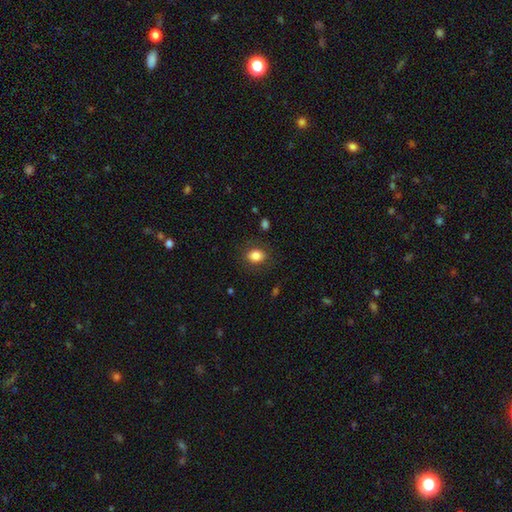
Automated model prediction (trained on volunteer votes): Overall: smooth (84%). How rounded: in between (51%; round 48%). Merging: none (84%).